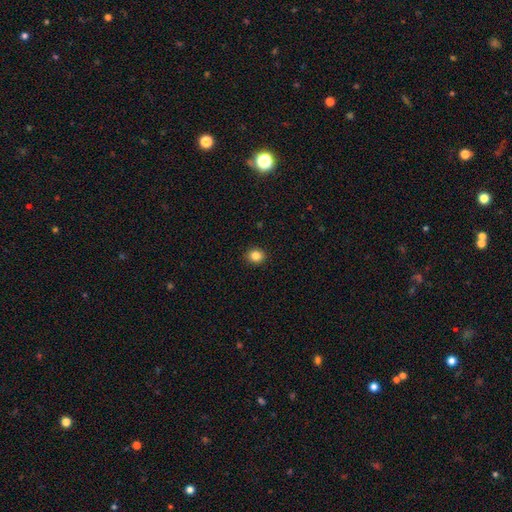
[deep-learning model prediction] Smooth or featured? smooth (84%)
How rounded? round (75%)
Merging? none (92%)